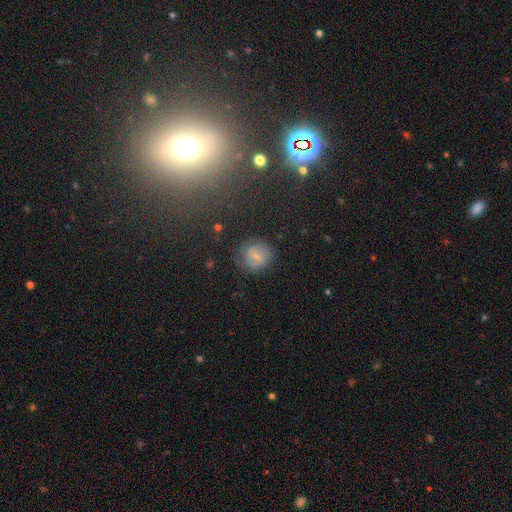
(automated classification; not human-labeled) Q: Smooth or featured?
A: smooth (58%); runner-up: featured or disk (30%)
Q: How rounded?
A: round (83%); runner-up: in between (15%)
Q: Merging?
A: none (78%); runner-up: minor disturbance (15%)